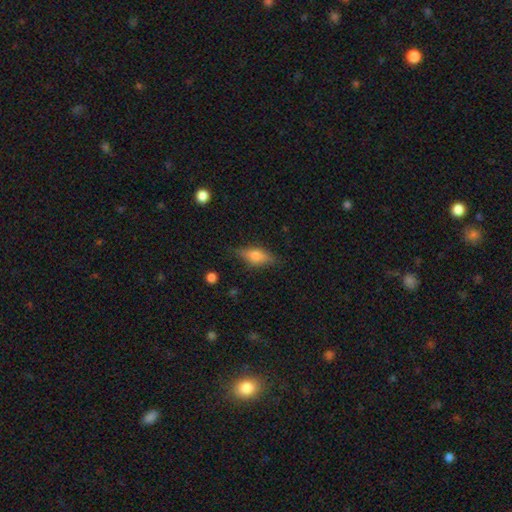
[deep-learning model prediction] Q: Smooth or featured?
A: smooth (53%); runner-up: featured or disk (38%)
Q: How rounded?
A: in between (67%); runner-up: cigar-shaped (27%)
Q: Merging?
A: none (79%); runner-up: minor disturbance (16%)